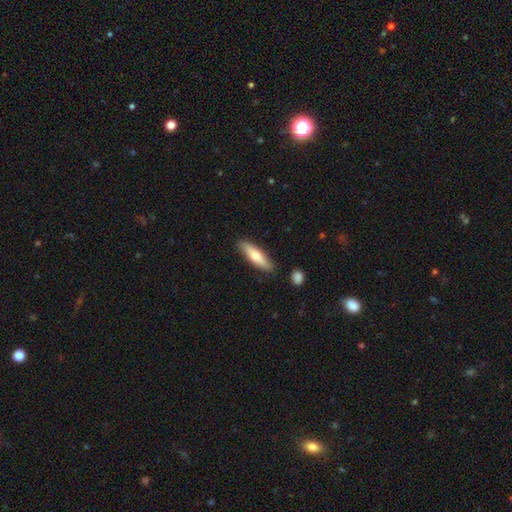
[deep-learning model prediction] Smooth or featured? Predicted: smooth (p=0.66). How rounded? Predicted: cigar-shaped (p=0.67). Merging? Predicted: none (p=0.86).